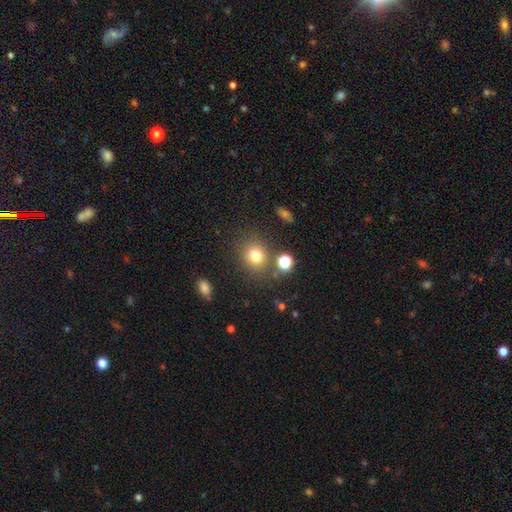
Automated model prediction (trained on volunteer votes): This appears to be a smooth galaxy with no disk features (76%) that is round (75%). Merging: none (75%).